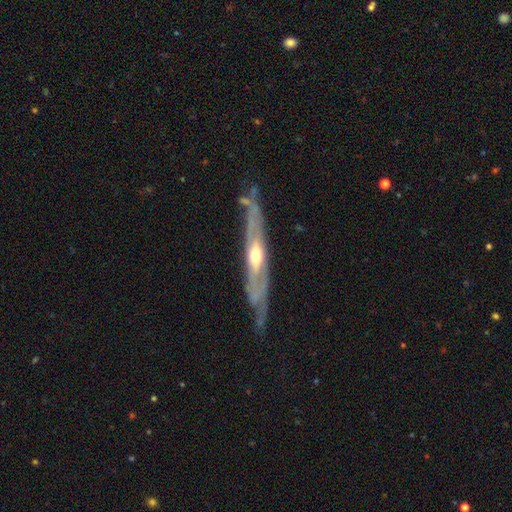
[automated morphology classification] A featured or disk galaxy (80%) viewed edge-on (64%) with a rounded central bulge (74%).

Vote fractions:
- Smooth or featured? featured or disk: 80% / smooth: 16% / star or artifact: 5%
- Edge-on disk? yes: 64% / no: 36%
- Edge-on bulge? rounded: 74% / none: 22% / boxy: 4%
- Merging? none: 65% / minor disturbance: 22% / major disturbance: 9% / merger: 4%